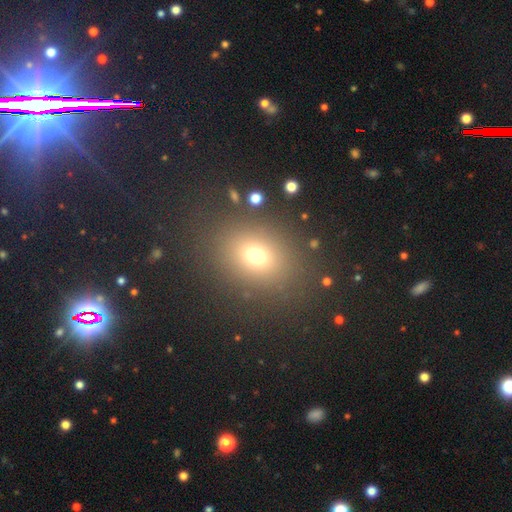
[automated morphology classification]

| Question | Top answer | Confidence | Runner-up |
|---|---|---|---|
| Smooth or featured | smooth | 71% | star or artifact (19%) |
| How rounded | round | 54% | in between (45%) |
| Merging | none | 84% | minor disturbance (8%) |